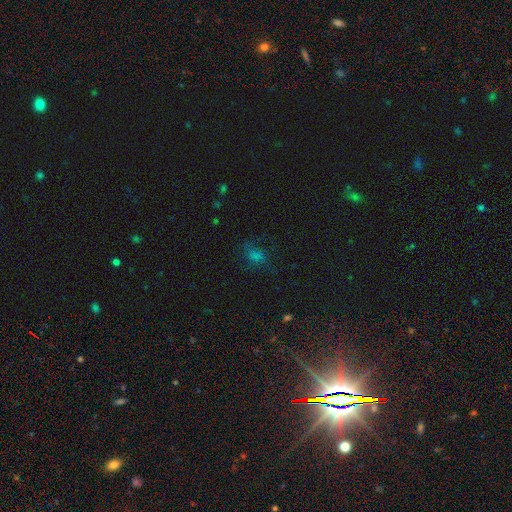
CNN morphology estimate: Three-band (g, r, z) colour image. It shows a smooth galaxy with no disk features (45%). Merging: none (59%).